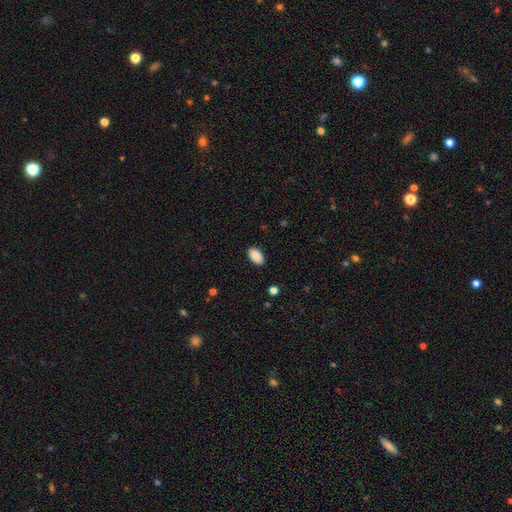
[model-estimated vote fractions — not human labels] Smooth or featured?
  - smooth: 89% *
  - star or artifact: 7%
  - featured or disk: 4%
How rounded?
  - in between: 94% *
  - round: 5%
  - cigar-shaped: 2%
Merging?
  - none: 89% *
  - minor disturbance: 8%
  - major disturbance: 2%
  - merger: 1%